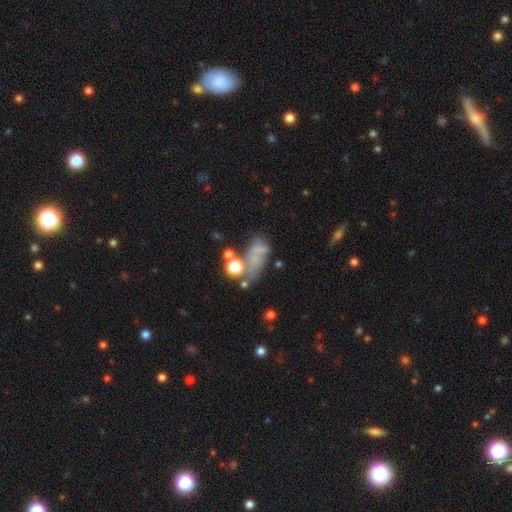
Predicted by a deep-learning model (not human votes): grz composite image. It shows a smooth galaxy with no disk features (46%). Merging: none (30%).